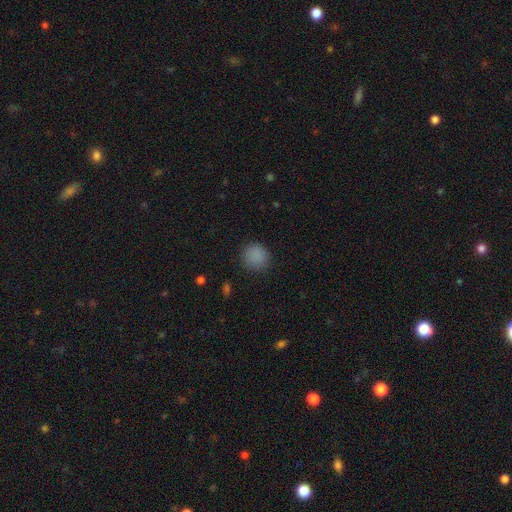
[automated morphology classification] Overall: smooth (86%). How rounded: round (91%). Merging: none (87%).